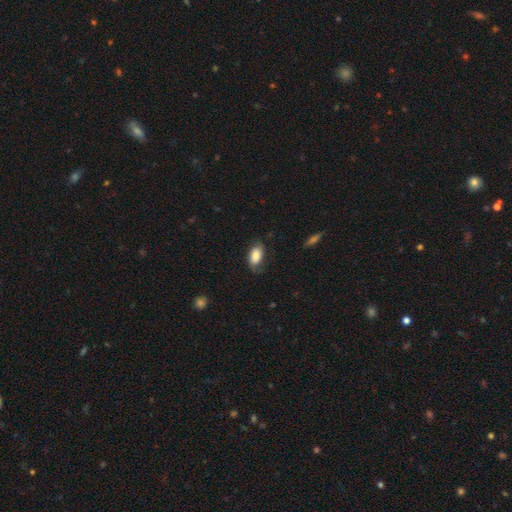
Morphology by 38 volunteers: Smooth or featured? 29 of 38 (76%) said smooth. How rounded? 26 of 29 (90%) said in between. Merging? 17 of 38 (45%) said none.